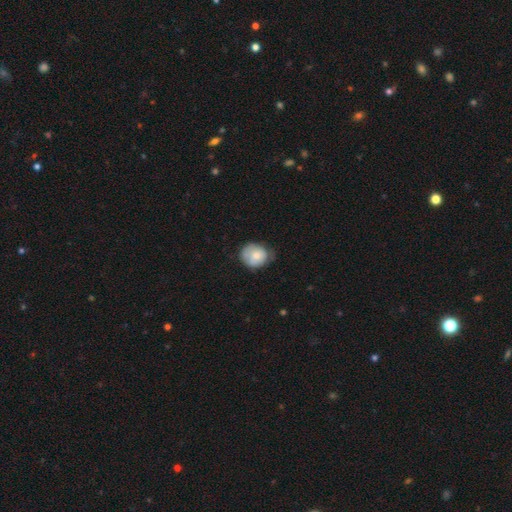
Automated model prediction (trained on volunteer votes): smooth-or-featured: smooth: 68% | featured or disk: 24% | star or artifact: 7%
  how-rounded: round: 71% | in between: 28% | cigar-shaped: 1%
  merging: none: 51% | minor disturbance: 37% | major disturbance: 11% | merger: 2%